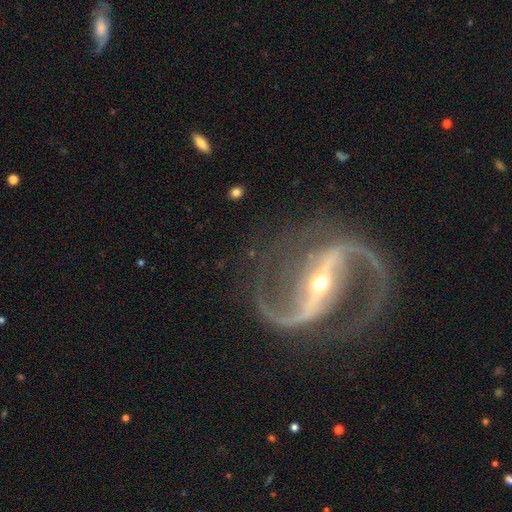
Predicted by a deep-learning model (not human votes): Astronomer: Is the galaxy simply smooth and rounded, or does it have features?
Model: featured or disk — 94%.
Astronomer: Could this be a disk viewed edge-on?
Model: no — 97%.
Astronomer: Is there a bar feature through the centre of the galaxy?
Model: strong — 71%.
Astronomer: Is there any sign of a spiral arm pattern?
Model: yes — 98%.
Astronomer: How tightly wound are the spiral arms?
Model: medium — 53% (runner-up: loose, 35%).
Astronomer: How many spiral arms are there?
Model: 2 — 94%.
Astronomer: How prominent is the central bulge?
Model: small — 67%.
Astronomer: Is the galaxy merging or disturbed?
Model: none — 80%.